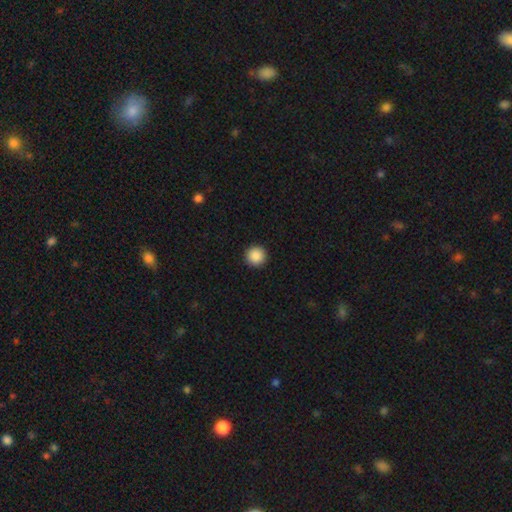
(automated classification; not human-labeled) Smooth or featured?
  - smooth: 89% *
  - star or artifact: 9%
  - featured or disk: 2%
How rounded?
  - round: 96% *
  - in between: 3%
  - cigar-shaped: 1%
Merging?
  - none: 93% *
  - minor disturbance: 4%
  - major disturbance: 1%
  - merger: 1%